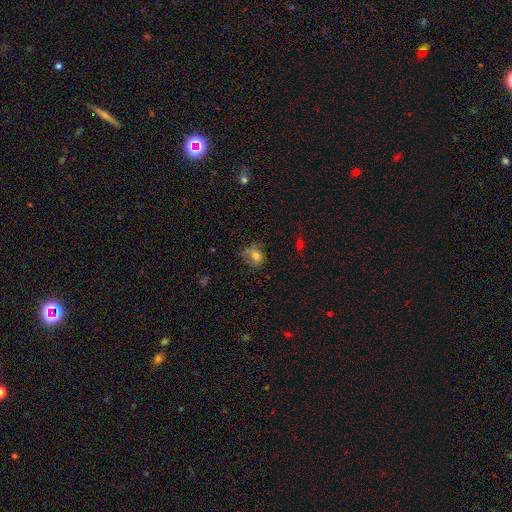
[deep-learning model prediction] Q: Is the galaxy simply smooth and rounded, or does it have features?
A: smooth — 66%.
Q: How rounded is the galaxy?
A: in between — 50%.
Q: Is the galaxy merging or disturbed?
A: none — 51%.